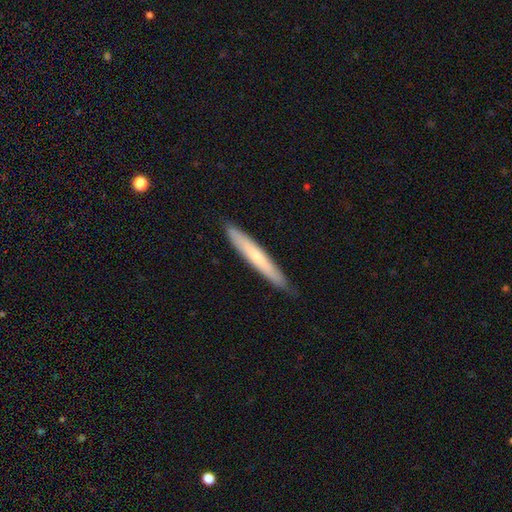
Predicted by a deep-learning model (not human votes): Q: Smooth or featured?
A: smooth (60%); runner-up: featured or disk (34%)
Q: How rounded?
A: cigar-shaped (95%); runner-up: in between (3%)
Q: Merging?
A: none (87%); runner-up: minor disturbance (11%)